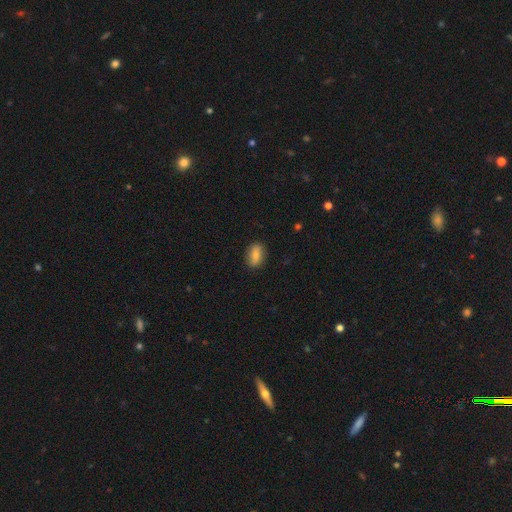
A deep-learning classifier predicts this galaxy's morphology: Overall: smooth (78%). How rounded: in between (85%). Merging: none (86%).